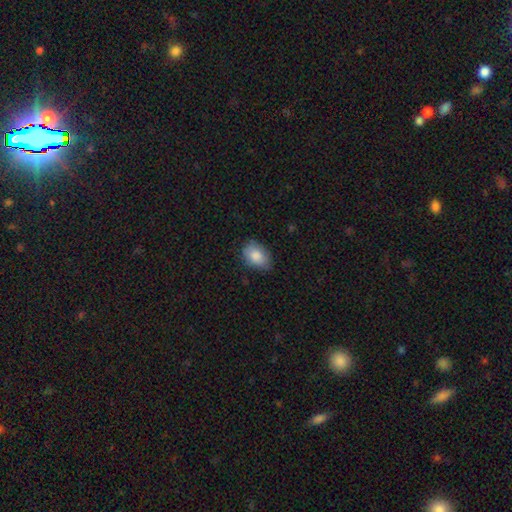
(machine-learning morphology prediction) Smooth or featured?
  - smooth: 85% *
  - featured or disk: 9%
  - star or artifact: 7%
How rounded?
  - in between: 84% *
  - round: 15%
  - cigar-shaped: 1%
Merging?
  - none: 69% *
  - minor disturbance: 26%
  - major disturbance: 4%
  - merger: 1%